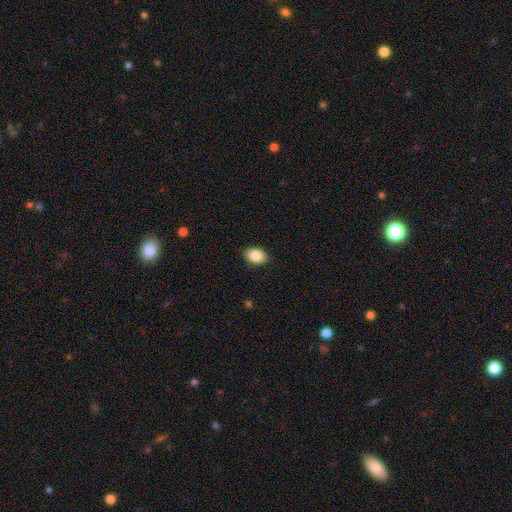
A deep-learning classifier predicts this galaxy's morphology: Smooth or featured? Predicted: smooth (p=0.87). How rounded? Predicted: in between (p=0.77). Merging? Predicted: none (p=0.88).